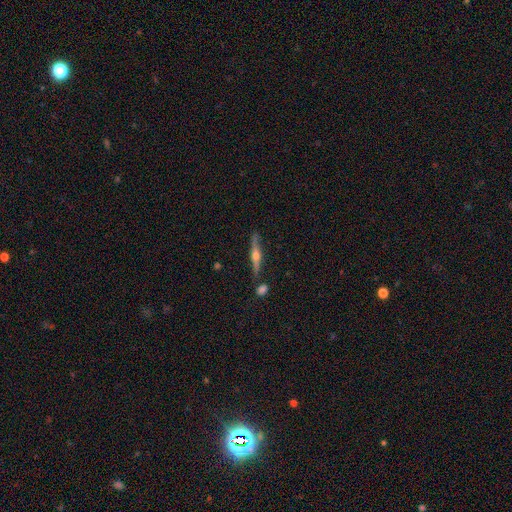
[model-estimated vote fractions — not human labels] Smooth or featured: featured or disk — 77% (smooth — 16%)
Edge-on disk: yes — 97% (no — 3%)
Edge-on bulge: rounded — 92% (boxy — 4%)
Merging: none — 81% (minor disturbance — 10%)